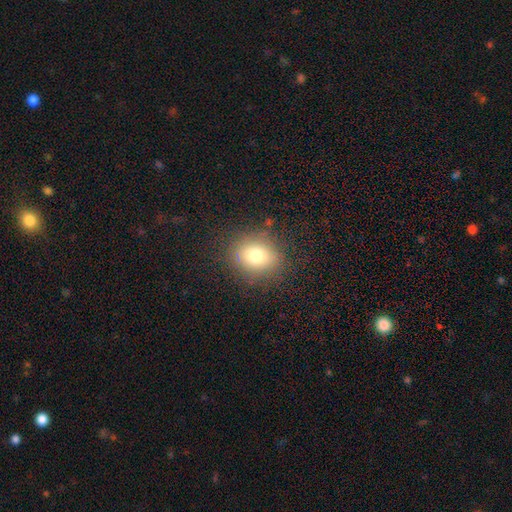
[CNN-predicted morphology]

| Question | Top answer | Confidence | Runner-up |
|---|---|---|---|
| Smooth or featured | smooth | 76% | star or artifact (12%) |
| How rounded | round | 61% | in between (38%) |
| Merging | none | 82% | minor disturbance (12%) |